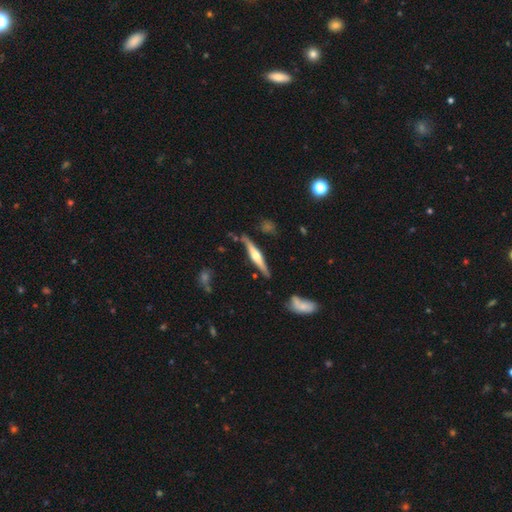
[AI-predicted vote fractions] featured or disk 70%, smooth 25%, star or artifact 5%. Down the decision tree: edge-on disk — yes (97%); edge-on bulge — rounded (91%); merging — none (84%).